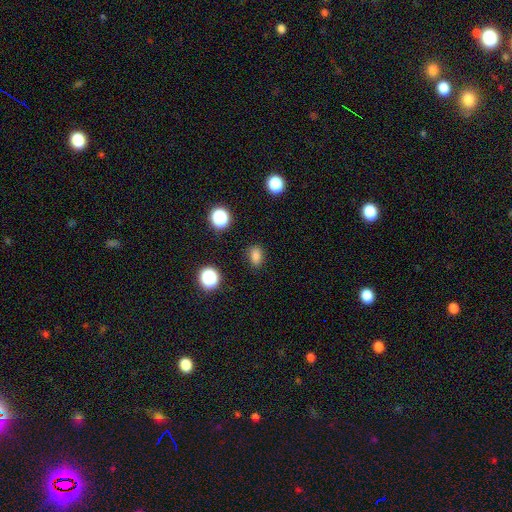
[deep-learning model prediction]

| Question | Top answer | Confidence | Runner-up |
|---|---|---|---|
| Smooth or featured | smooth | 81% | star or artifact (15%) |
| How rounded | in between | 76% | round (22%) |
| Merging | none | 83% | minor disturbance (12%) |